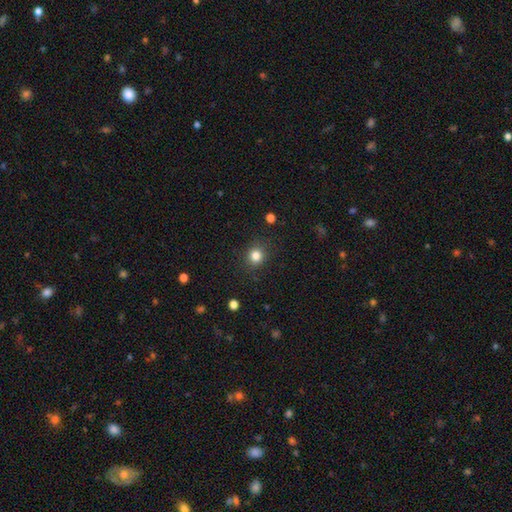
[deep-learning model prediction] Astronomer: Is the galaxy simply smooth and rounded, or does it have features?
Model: smooth — 83%.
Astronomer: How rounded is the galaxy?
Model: round — 85%.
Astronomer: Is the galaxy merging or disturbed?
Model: none — 88%.